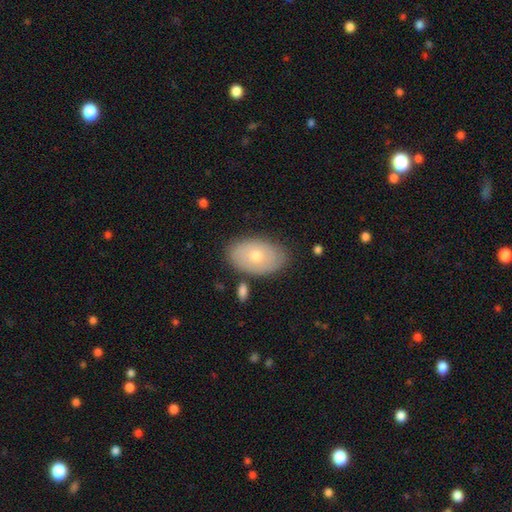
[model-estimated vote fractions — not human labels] smooth_or_featured: smooth (p=0.63) [alt: featured or disk p=0.30]
how_rounded: in between (p=0.91) [alt: round p=0.07]
merging: none (p=0.81) [alt: minor disturbance p=0.13]